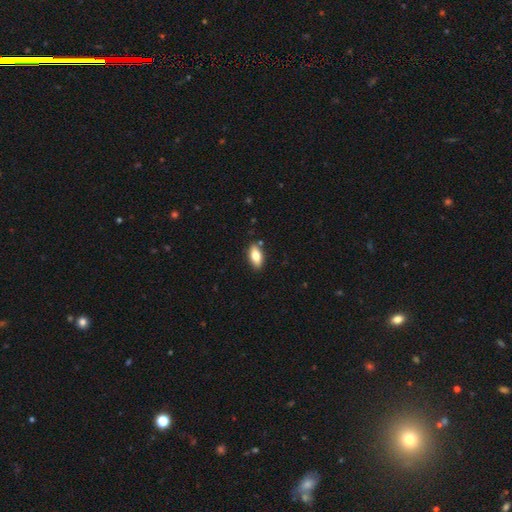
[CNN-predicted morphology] Overall: smooth (78%). How rounded: in between (88%). Merging: none (85%).